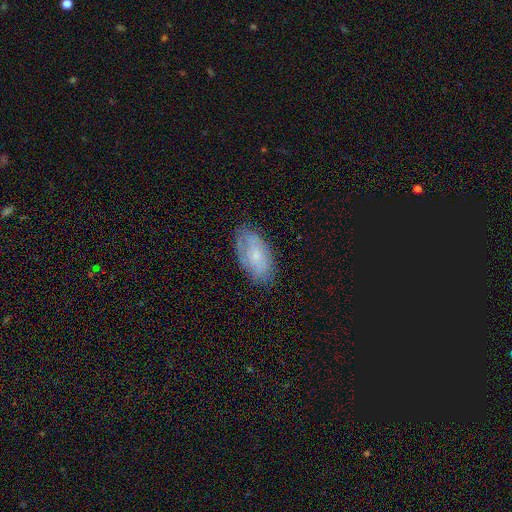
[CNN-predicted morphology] type=smooth (48%); merging=none (74%).